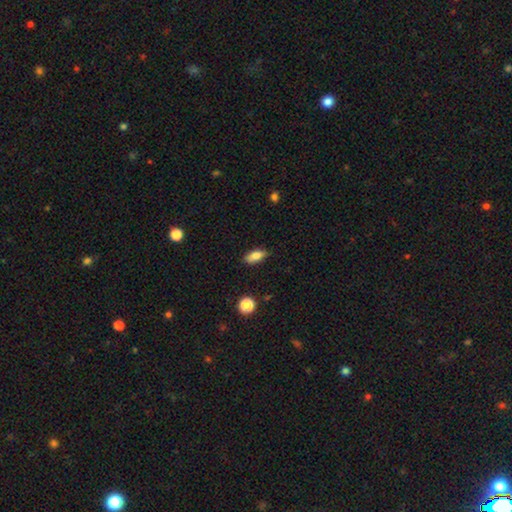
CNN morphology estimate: smooth 79%, featured or disk 13%, star or artifact 8%. Down the decision tree: how rounded — in between (78%); merging — none (83%).